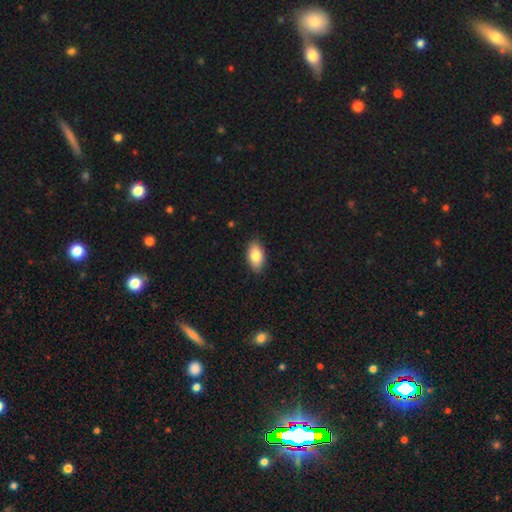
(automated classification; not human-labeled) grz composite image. It shows a smooth galaxy with no disk features (84%) that is in between round and cigar-shaped (93%). Merging: none (87%).